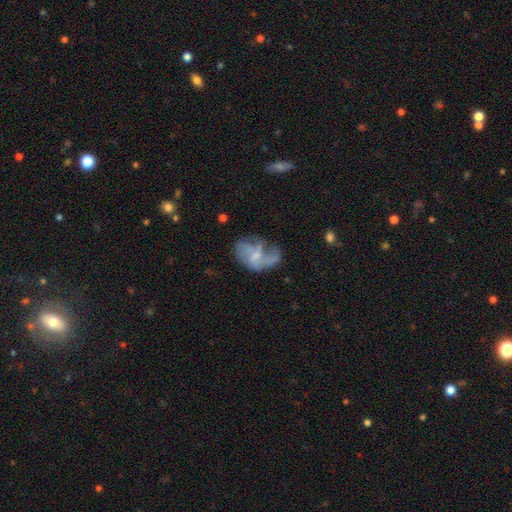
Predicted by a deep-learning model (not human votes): Morphology: type=featured or disk (63%); edge-on=no (98%); bar=no (60%); spiral arms=yes (63%); bulge=small (54%); merging=major disturbance (36%).